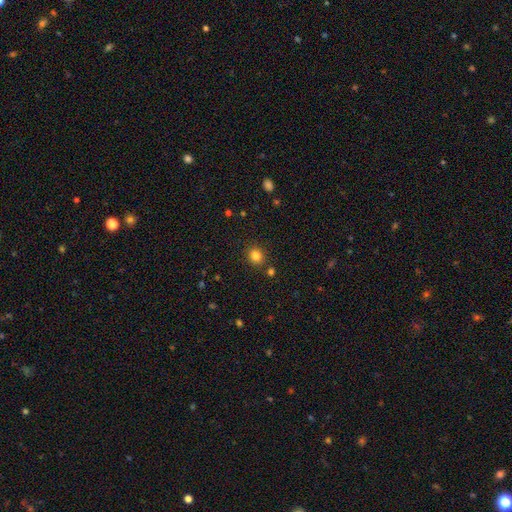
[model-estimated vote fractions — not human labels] smooth 82%, star or artifact 13%, featured or disk 5%. Down the decision tree: how rounded — round (75%); merging — none (84%).